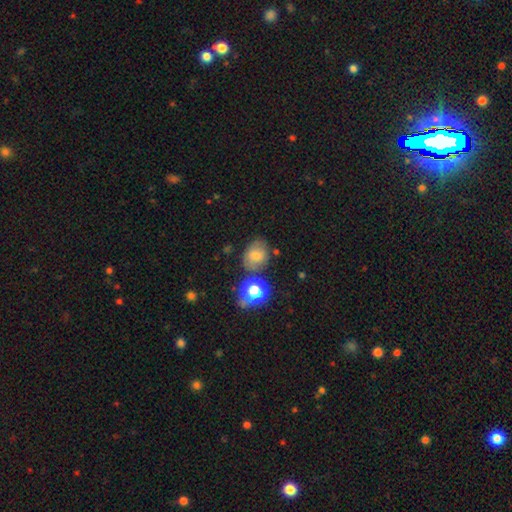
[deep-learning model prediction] Smooth or featured? smooth (71%)
How rounded? in between (52%)
Merging? none (65%)